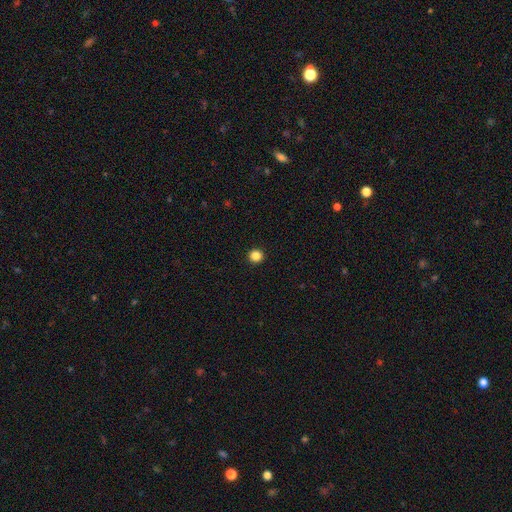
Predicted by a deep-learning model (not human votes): This appears to be a smooth galaxy with no disk features (86%) that is round (95%). Merging: none (94%).